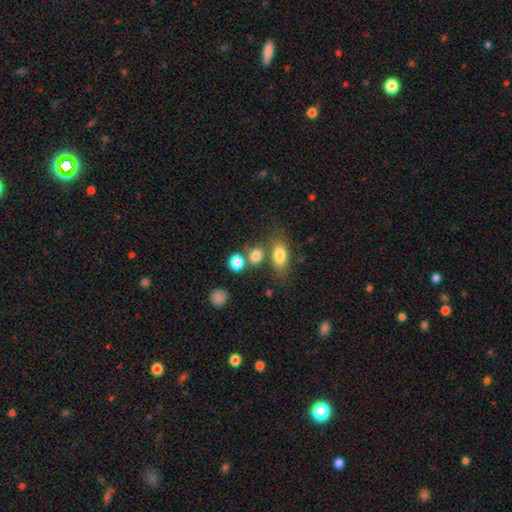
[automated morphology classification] Q: Smooth or featured?
A: smooth (79%); runner-up: star or artifact (12%)
Q: How rounded?
A: round (59%); runner-up: in between (39%)
Q: Merging?
A: none (56%); runner-up: merger (28%)